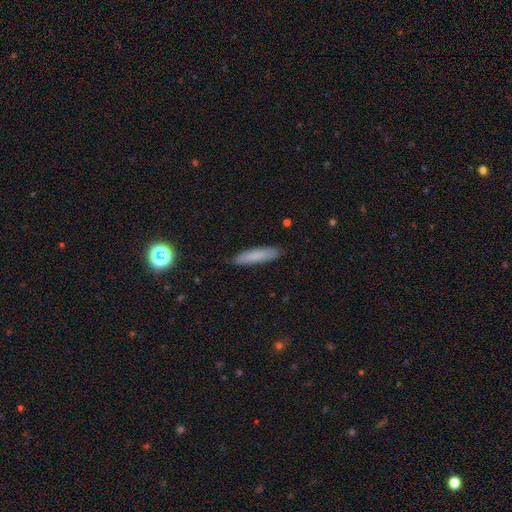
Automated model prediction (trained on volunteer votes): Smooth or featured? smooth (80%)
How rounded? cigar-shaped (84%)
Merging? none (88%)